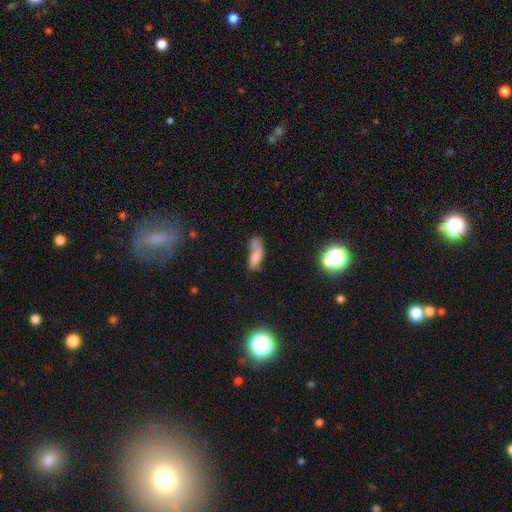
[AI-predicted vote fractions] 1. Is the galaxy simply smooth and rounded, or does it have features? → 71% smooth, 16% featured or disk, 13% star or artifact.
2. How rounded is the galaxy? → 68% in between, 28% cigar-shaped, 3% round.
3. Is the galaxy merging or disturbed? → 37% merger, 32% none, 20% minor disturbance, 12% major disturbance.